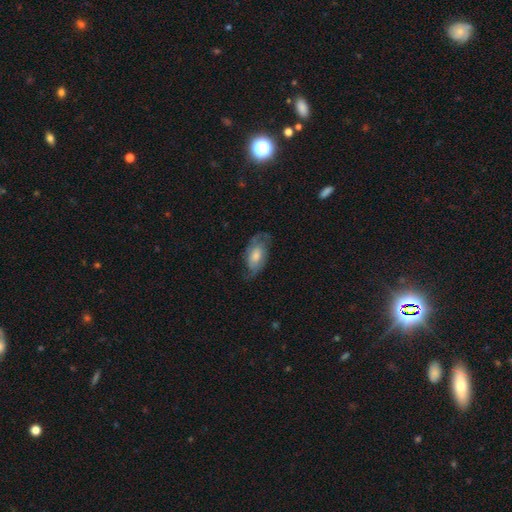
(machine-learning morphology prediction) A featured or disk galaxy (59%) with no bar (66%), spiral arms (84%) and a moderate central bulge (46%).

Vote fractions:
- Smooth or featured? featured or disk: 59% / smooth: 34% / star or artifact: 7%
- Edge-on disk? no: 93% / yes: 7%
- Bar? no: 66% / weak: 28% / strong: 5%
- Spiral arms? yes: 84% / no: 16%
- Bulge size? moderate: 46% / large: 25% / small: 19% / none: 7% / dominant: 3%
- Merging? none: 61% / minor disturbance: 24% / major disturbance: 13% / merger: 1%